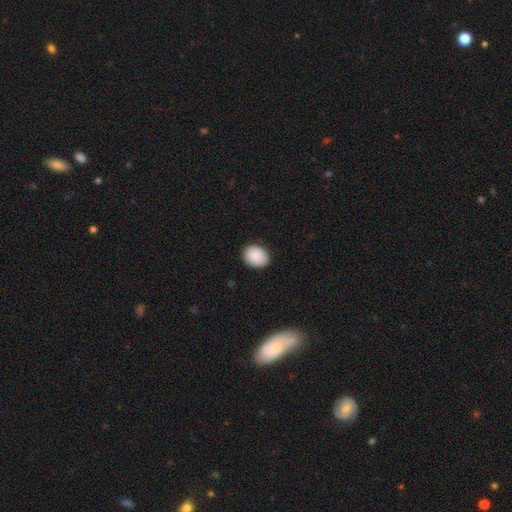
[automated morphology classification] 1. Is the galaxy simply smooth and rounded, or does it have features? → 89% smooth, 7% star or artifact, 5% featured or disk.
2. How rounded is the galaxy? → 50% round, 49% in between, 1% cigar-shaped.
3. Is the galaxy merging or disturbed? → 85% none, 12% minor disturbance, 2% major disturbance, 1% merger.